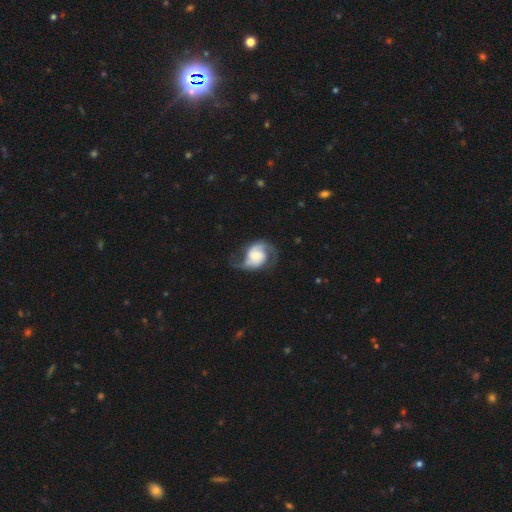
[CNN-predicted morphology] type=featured or disk (77%); edge-on=no (98%); bar=no (62%); spiral arms=yes (94%); winding=medium (43%); arm count=2 (87%); bulge=small (29%); merging=none (54%).